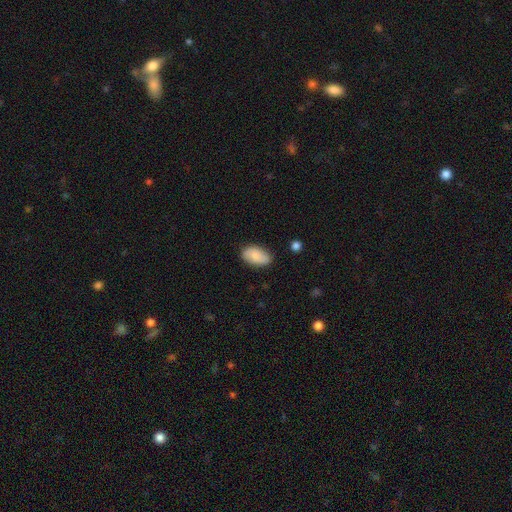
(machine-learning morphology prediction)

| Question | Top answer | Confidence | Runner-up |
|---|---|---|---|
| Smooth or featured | smooth | 76% | featured or disk (18%) |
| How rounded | in between | 93% | round (5%) |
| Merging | none | 79% | minor disturbance (16%) |